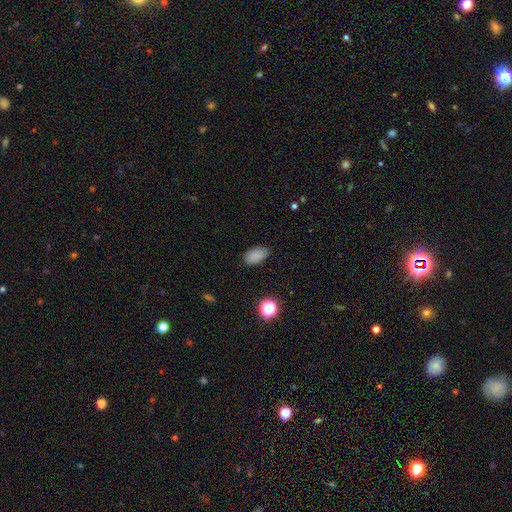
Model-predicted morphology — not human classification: smooth-or-featured: smooth: 85% | star or artifact: 11% | featured or disk: 4%
  how-rounded: in between: 92% | round: 6% | cigar-shaped: 2%
  merging: none: 82% | minor disturbance: 14% | major disturbance: 3% | merger: 1%